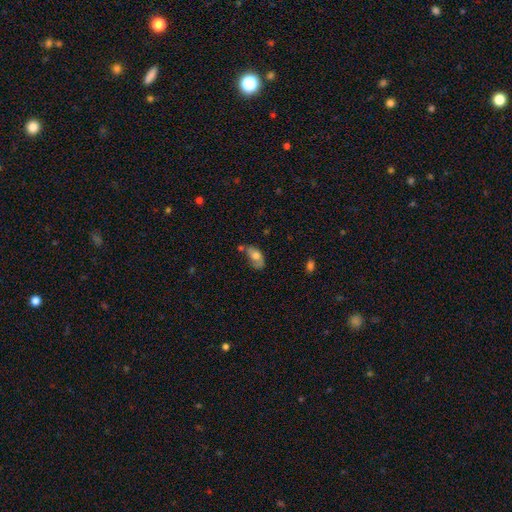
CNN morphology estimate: The model was most divided on "merging": none: 37%, minor disturbance: 30%, major disturbance: 19%, merger: 14%. More confident: how rounded — in between (88%); smooth or featured — smooth (58%).